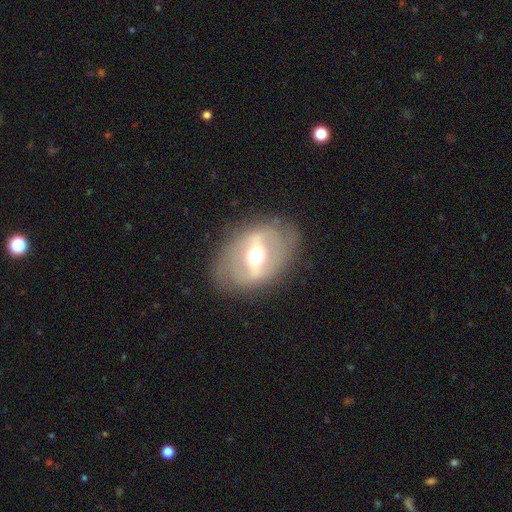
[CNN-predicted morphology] A featured or disk galaxy (73%) with a strong bar (67%), no spiral arms (66%) and a moderate central bulge (72%). Merging: none (79%).